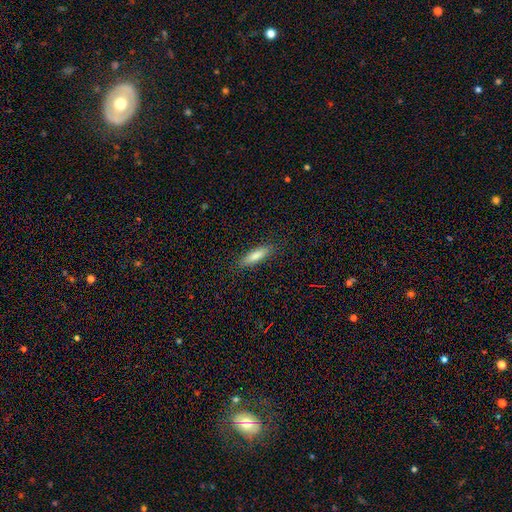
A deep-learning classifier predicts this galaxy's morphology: Q: Smooth or featured?
A: smooth (79%); runner-up: featured or disk (14%)
Q: How rounded?
A: cigar-shaped (67%); runner-up: in between (32%)
Q: Merging?
A: none (88%); runner-up: minor disturbance (9%)